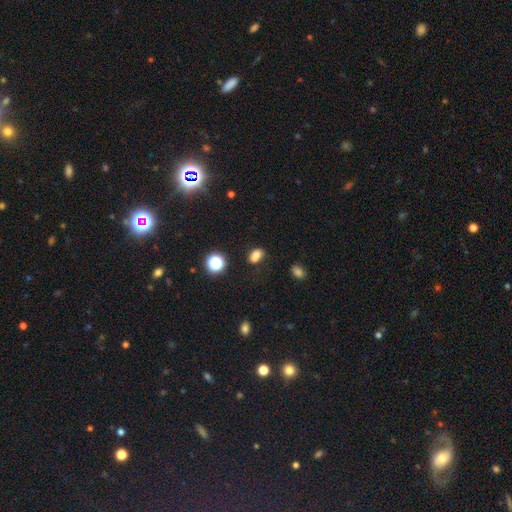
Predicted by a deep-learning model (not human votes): A smooth galaxy with no disk features (77%) that is in between round and cigar-shaped (79%).

Vote fractions:
- Smooth or featured? smooth: 77% / star or artifact: 16% / featured or disk: 6%
- How rounded? in between: 79% / round: 17% / cigar-shaped: 3%
- Merging? none: 71% / minor disturbance: 16% / merger: 8% / major disturbance: 5%